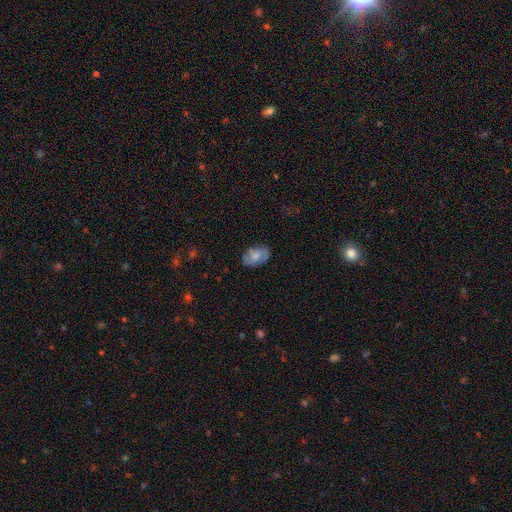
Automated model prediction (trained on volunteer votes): Smooth or featured? Predicted: smooth (p=0.49). Merging? Predicted: none (p=0.75).